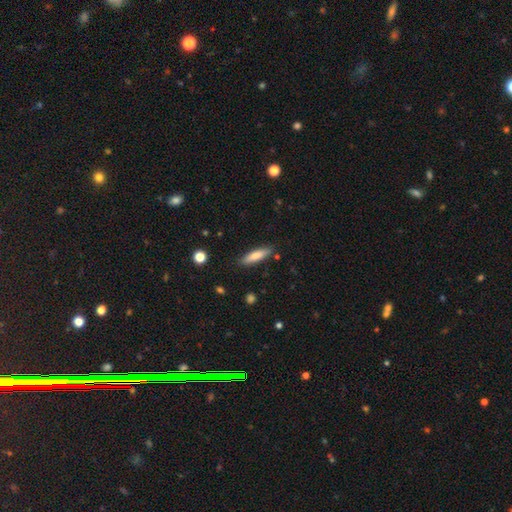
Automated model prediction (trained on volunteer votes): Smooth or featured? Predicted: smooth (p=0.77). How rounded? Predicted: cigar-shaped (p=0.69). Merging? Predicted: none (p=0.86).